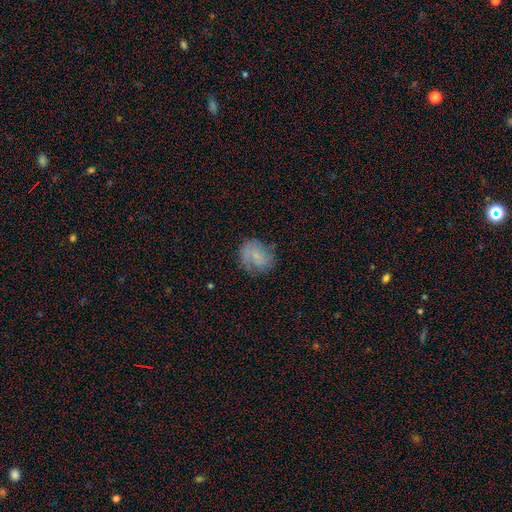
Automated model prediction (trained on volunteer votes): A smooth galaxy with no disk features (55%) that is round (63%).

Vote fractions:
- Smooth or featured? smooth: 55% / featured or disk: 36% / star or artifact: 10%
- How rounded? round: 63% / in between: 35% / cigar-shaped: 1%
- Merging? none: 65% / minor disturbance: 23% / major disturbance: 10% / merger: 2%